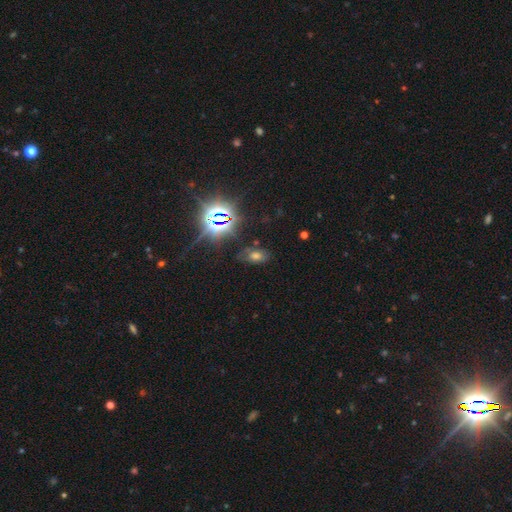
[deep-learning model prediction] Smooth or featured? Predicted: star or artifact (p=0.45).